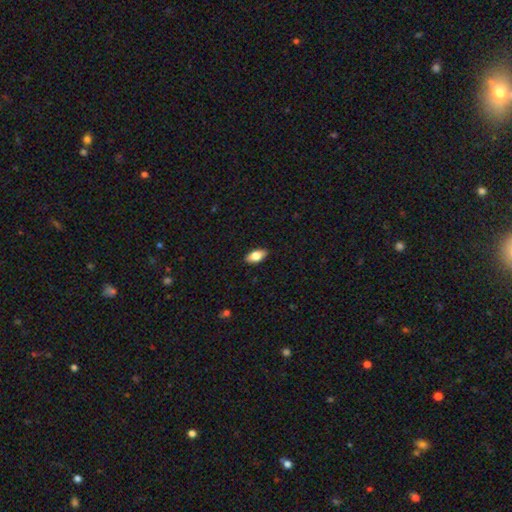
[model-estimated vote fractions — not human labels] A smooth galaxy with no disk features (76%) that is in between round and cigar-shaped (89%).

Vote fractions:
- Smooth or featured? smooth: 76% / featured or disk: 18% / star or artifact: 7%
- How rounded? in between: 89% / cigar-shaped: 7% / round: 4%
- Merging? none: 88% / minor disturbance: 9% / major disturbance: 2% / merger: 1%